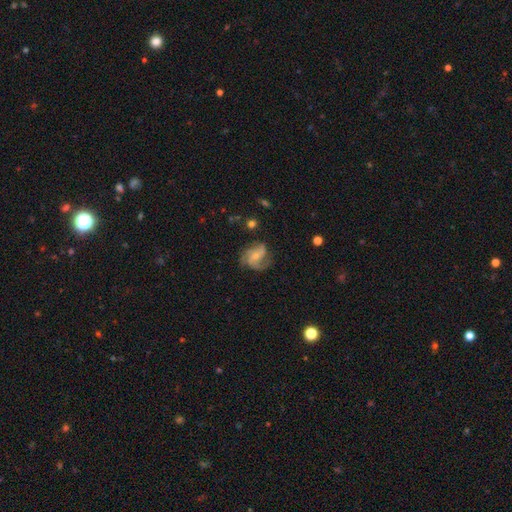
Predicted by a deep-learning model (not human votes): Smooth or featured? Predicted: featured or disk (p=0.76). Edge-on disk? Predicted: no (p=0.98). Bar? Predicted: no (p=0.50). Spiral arms? Predicted: yes (p=0.93). Spiral winding? Predicted: medium (p=0.49). Spiral arm count? Predicted: 3 (p=0.39). Bulge size? Predicted: small (p=0.56). Merging? Predicted: none (p=0.60).